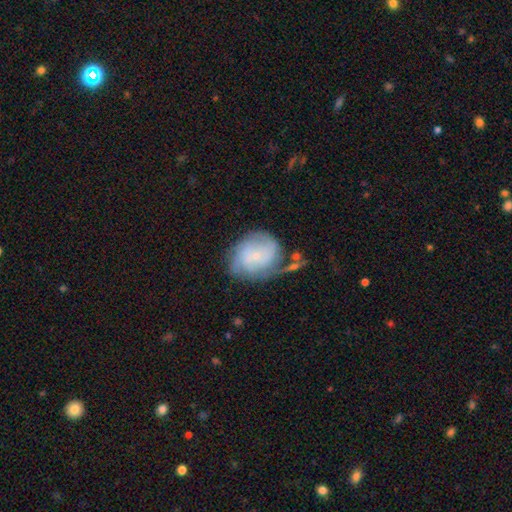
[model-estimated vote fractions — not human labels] Morphology: type=featured or disk (59%); edge-on=no (97%); bar=no (73%); spiral arms=yes (83%); bulge=small (79%); merging=none (49%).